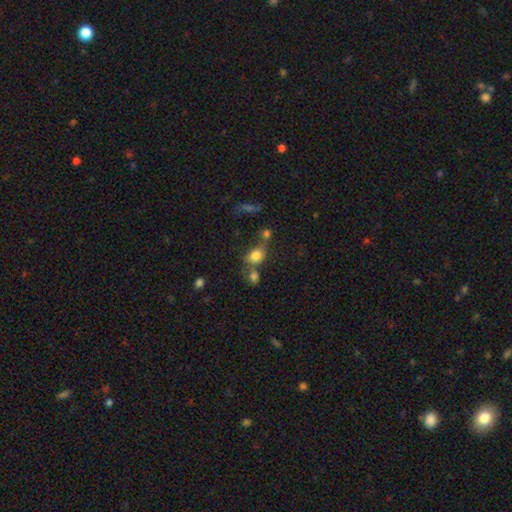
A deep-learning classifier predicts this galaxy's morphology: Q: Smooth or featured?
A: smooth (78%); runner-up: star or artifact (12%)
Q: How rounded?
A: round (56%); runner-up: in between (42%)
Q: Merging?
A: none (44%); runner-up: merger (34%)